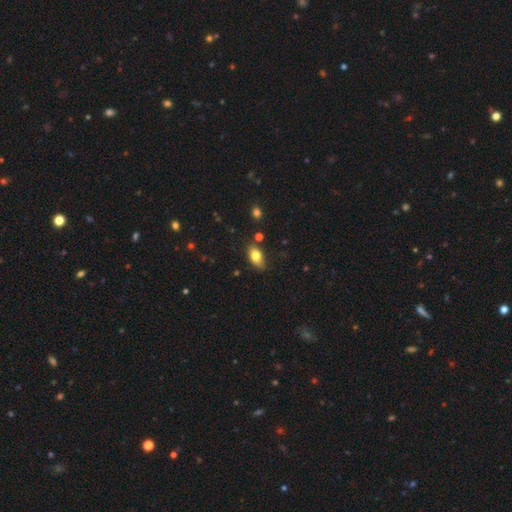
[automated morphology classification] Q: Smooth or featured?
A: smooth (79%); runner-up: featured or disk (13%)
Q: How rounded?
A: in between (89%); runner-up: round (6%)
Q: Merging?
A: none (79%); runner-up: minor disturbance (15%)